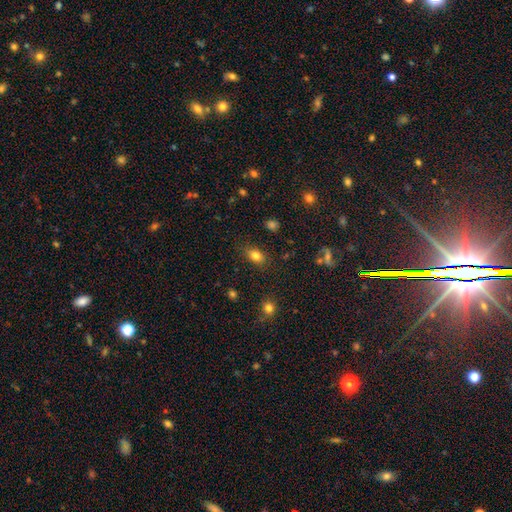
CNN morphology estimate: Overall: smooth (81%). How rounded: in between (77%). Merging: none (83%).